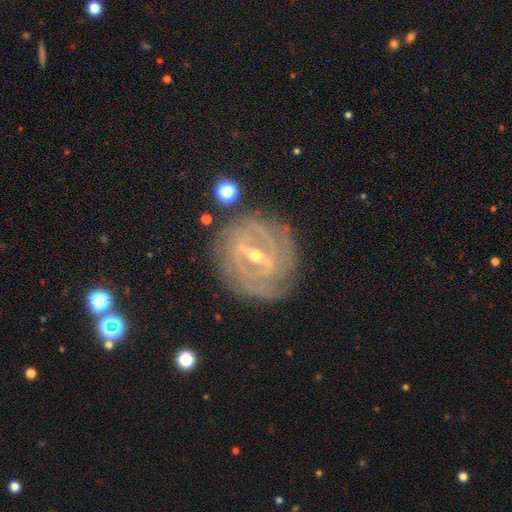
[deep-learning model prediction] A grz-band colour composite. It shows a featured or disk galaxy (90%) with a strong bar (74%), tight (78%) spiral arms (90%) and a small central bulge (52%). Merging: none (82%).